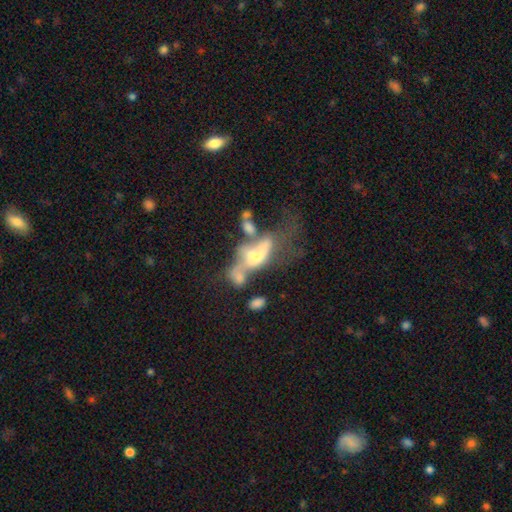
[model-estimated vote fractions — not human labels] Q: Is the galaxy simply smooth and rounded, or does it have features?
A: featured or disk — 59%.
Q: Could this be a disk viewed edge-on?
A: no — 82%.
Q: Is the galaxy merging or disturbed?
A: merger — 42%.